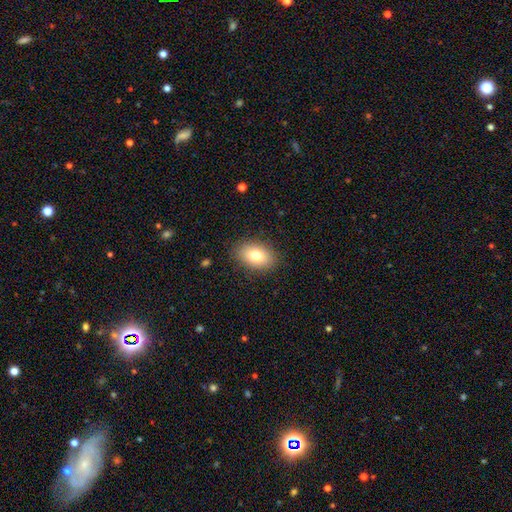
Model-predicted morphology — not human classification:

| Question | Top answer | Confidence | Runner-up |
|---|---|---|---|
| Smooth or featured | smooth | 78% | featured or disk (13%) |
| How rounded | in between | 84% | round (15%) |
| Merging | none | 87% | minor disturbance (9%) |